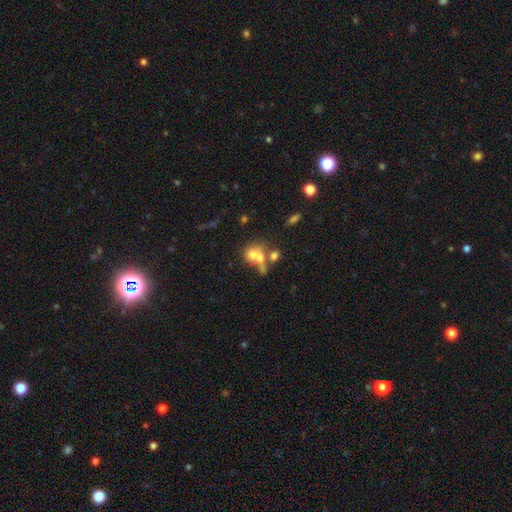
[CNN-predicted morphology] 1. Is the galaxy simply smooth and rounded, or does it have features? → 60% smooth, 26% featured or disk, 14% star or artifact.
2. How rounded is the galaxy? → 64% round, 34% in between, 3% cigar-shaped.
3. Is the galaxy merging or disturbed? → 55% merger, 26% none, 10% major disturbance, 9% minor disturbance.